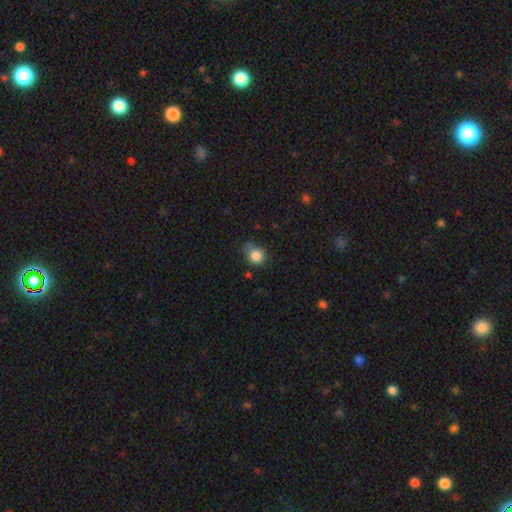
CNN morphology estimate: A smooth galaxy with no disk features (84%) that is round (78%). Merging: none (49%).